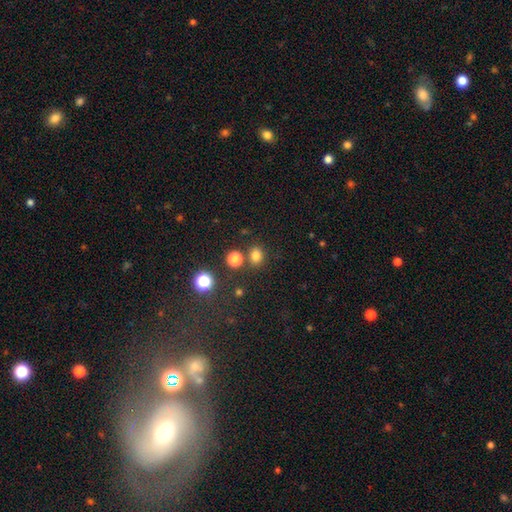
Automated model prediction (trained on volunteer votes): The model was most divided on "how rounded": round: 64%, in between: 35%, cigar-shaped: 1%. More confident: smooth or featured — smooth (78%); merging — none (76%).